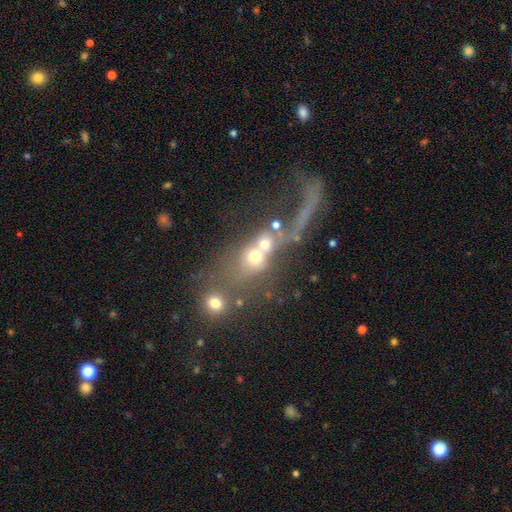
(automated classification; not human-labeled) smooth_or_featured: featured or disk (p=0.40) [alt: smooth p=0.36]
merging: merger (p=0.55) [alt: major disturbance p=0.22]